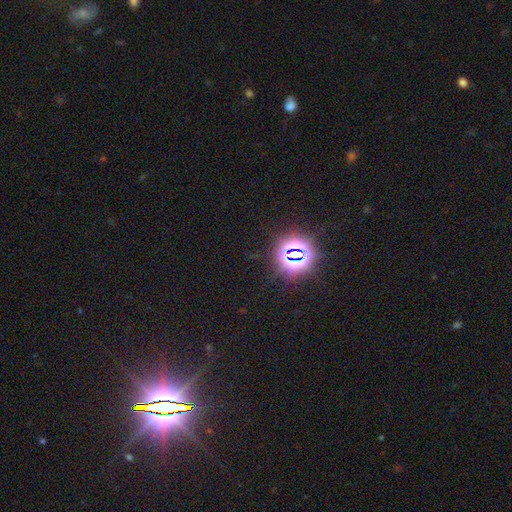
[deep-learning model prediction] star or artifact 80%, smooth 12%, featured or disk 7%.